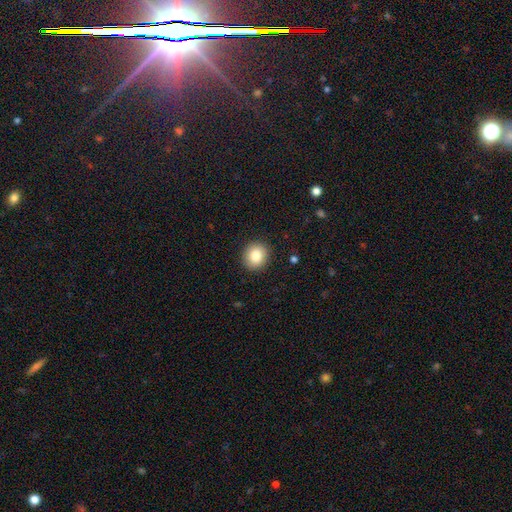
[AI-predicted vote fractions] smooth_or_featured: smooth (p=0.85) [alt: star or artifact p=0.09]
how_rounded: round (p=0.82) [alt: in between p=0.17]
merging: none (p=0.91) [alt: minor disturbance p=0.06]